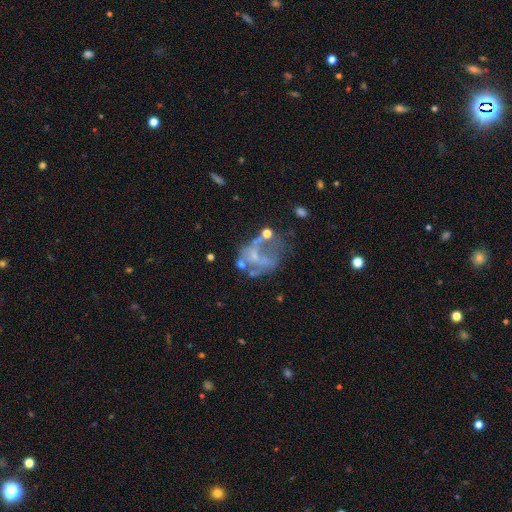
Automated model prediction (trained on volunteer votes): featured or disk 63%, smooth 22%, star or artifact 15%. Down the decision tree: edge-on disk — no (98%); bar — no (75%); spiral arms — no (74%); bulge size — none (48%); merging — major disturbance (37%).